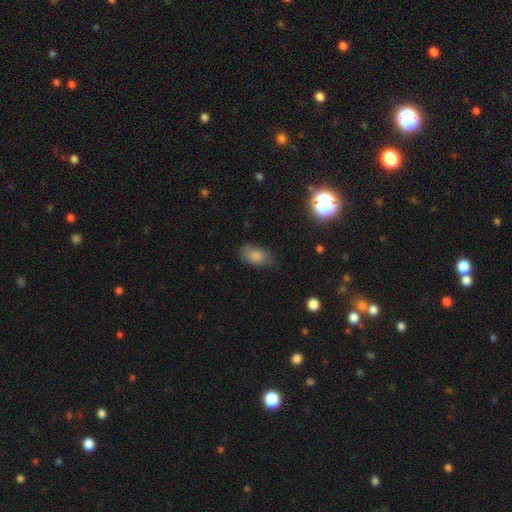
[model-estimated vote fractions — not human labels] A smooth galaxy with no disk features (81%) that is in between round and cigar-shaped (90%).

Vote fractions:
- Smooth or featured? smooth: 81% / featured or disk: 9% / star or artifact: 9%
- How rounded? in between: 90% / round: 7% / cigar-shaped: 2%
- Merging? none: 69% / minor disturbance: 23% / major disturbance: 6% / merger: 1%